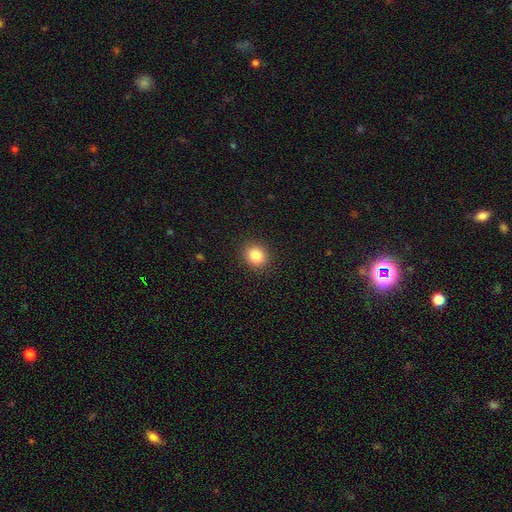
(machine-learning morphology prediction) smooth 85%, star or artifact 10%, featured or disk 5%. Down the decision tree: how rounded — round (75%); merging — none (91%).